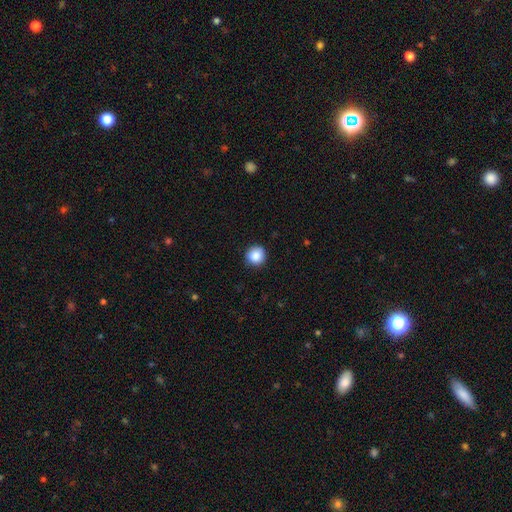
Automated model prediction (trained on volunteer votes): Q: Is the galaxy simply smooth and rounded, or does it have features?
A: smooth — 86%.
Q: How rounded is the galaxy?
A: round — 95%.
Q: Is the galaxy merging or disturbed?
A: none — 91%.